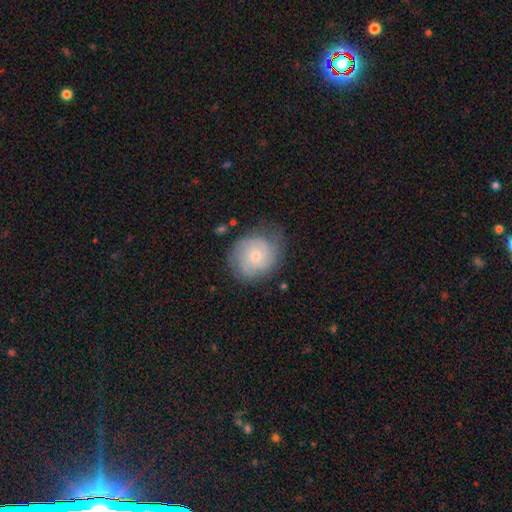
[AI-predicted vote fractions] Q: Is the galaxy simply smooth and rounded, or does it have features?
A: featured or disk — 62%.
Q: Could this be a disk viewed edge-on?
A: no — 97%.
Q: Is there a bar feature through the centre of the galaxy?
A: no — 75%.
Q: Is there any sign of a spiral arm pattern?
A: yes — 90%.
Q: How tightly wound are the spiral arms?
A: tight — 62%.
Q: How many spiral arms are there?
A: can't tell — 38%.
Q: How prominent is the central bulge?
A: small — 71%.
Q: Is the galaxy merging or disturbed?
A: none — 68%.